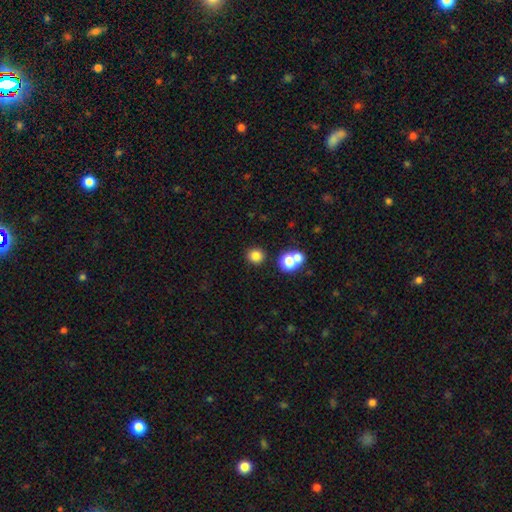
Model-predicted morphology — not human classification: Smooth or featured? Predicted: smooth (p=0.81). How rounded? Predicted: round (p=0.89). Merging? Predicted: none (p=0.81).